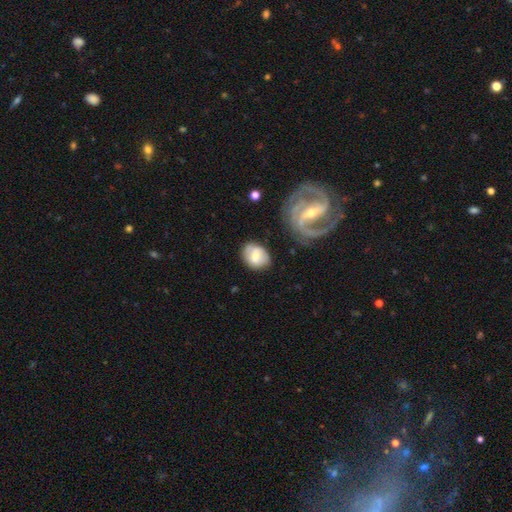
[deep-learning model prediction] Smooth or featured? Predicted: smooth (p=0.62). How rounded? Predicted: in between (p=0.56). Merging? Predicted: none (p=0.69).